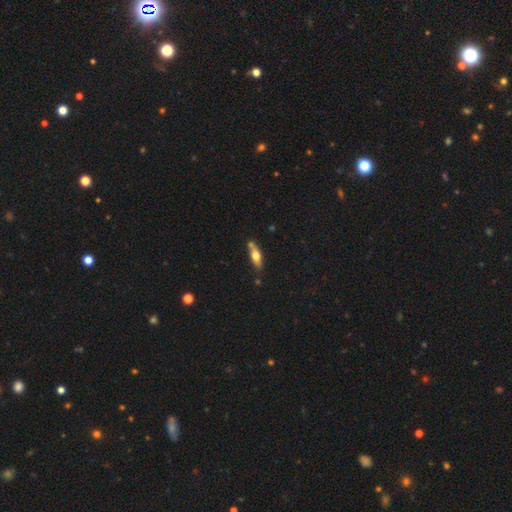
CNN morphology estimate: Smooth or featured: smooth — 51% (featured or disk — 43%)
How rounded: cigar-shaped — 51% (in between — 46%)
Merging: none — 69% (minor disturbance — 15%)